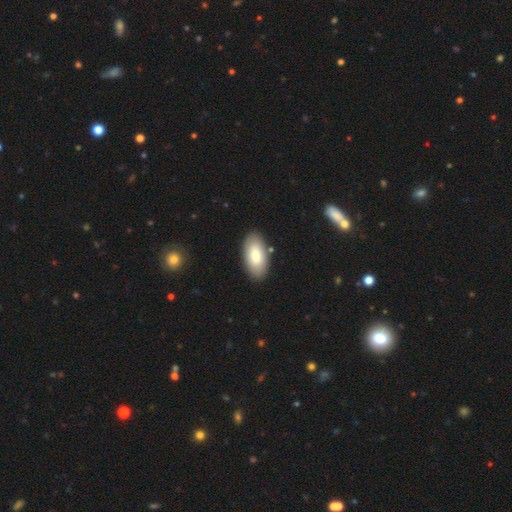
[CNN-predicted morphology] Smooth or featured: smooth — 78% (featured or disk — 16%)
How rounded: in between — 94% (cigar-shaped — 3%)
Merging: none — 86% (minor disturbance — 9%)